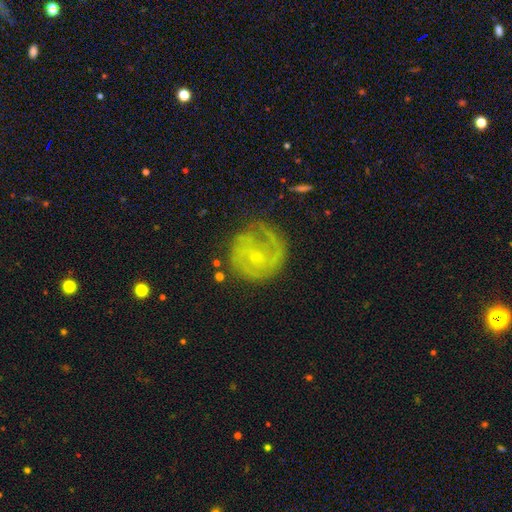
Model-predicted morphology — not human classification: Smooth or featured? Predicted: featured or disk (p=0.76). Edge-on disk? Predicted: no (p=0.98). Bar? Predicted: no (p=0.59). Spiral arms? Predicted: yes (p=0.90). Spiral winding? Predicted: tight (p=0.53). Spiral arm count? Predicted: 2 (p=0.44). Bulge size? Predicted: small (p=0.73). Merging? Predicted: none (p=0.69).